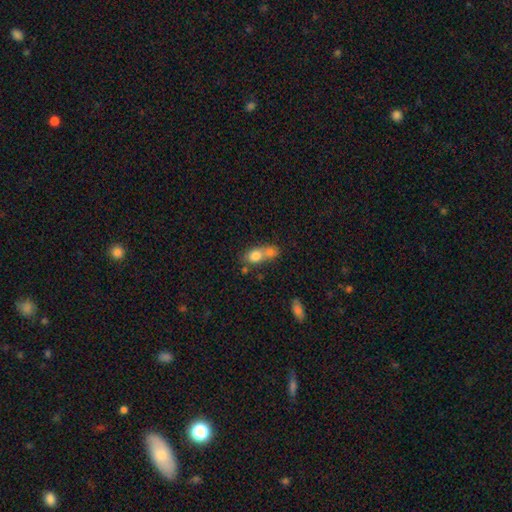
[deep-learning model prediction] Smooth or featured? smooth (75%)
How rounded? in between (56%)
Merging? merger (65%)